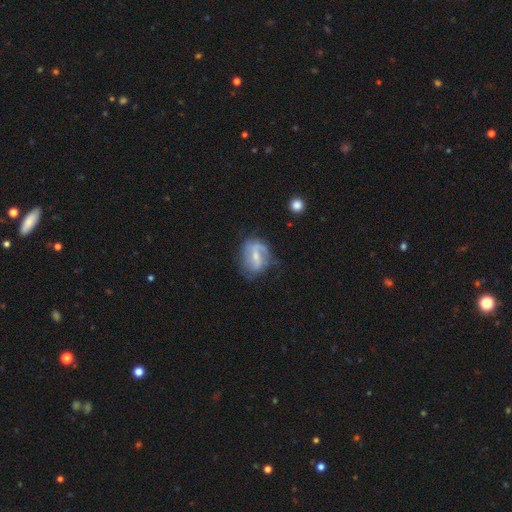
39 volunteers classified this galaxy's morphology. Smooth or featured? featured or disk (54%)
Edge-on disk? no (100%)
Bar? weak (43%)
Spiral arms? yes (71%)
Spiral winding? medium (47%)
Spiral arm count? 2 (47%)
Bulge size? small (52%)
Merging? none (58%)